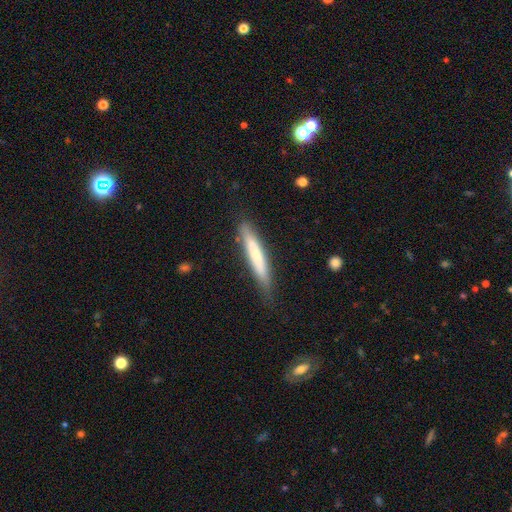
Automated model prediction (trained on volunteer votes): This is possibly a smooth galaxy (58%). How rounded: clearly cigar-shaped (94%). Merging: likely none (78%).